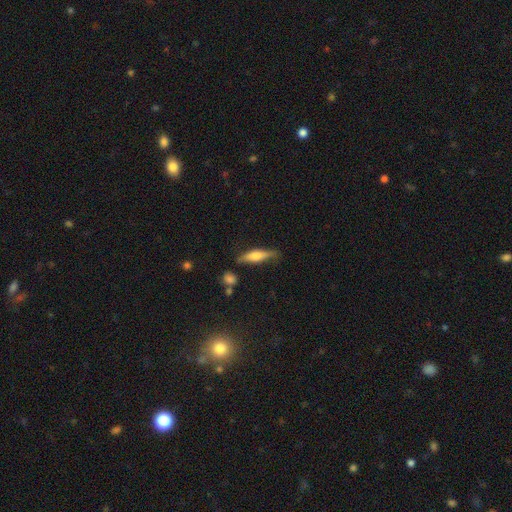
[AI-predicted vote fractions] A smooth galaxy with no disk features (48%). Merging: none (77%).